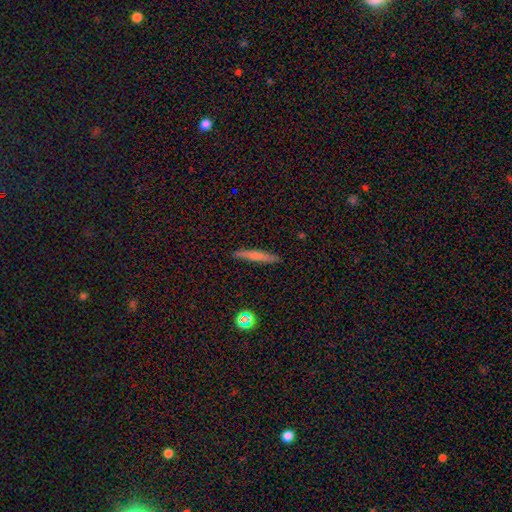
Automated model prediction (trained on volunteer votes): Smooth or featured? Predicted: smooth (p=0.61). How rounded? Predicted: cigar-shaped (p=0.93). Merging? Predicted: none (p=0.89).